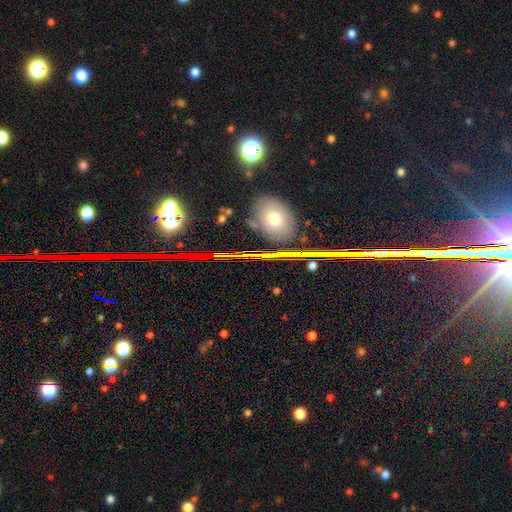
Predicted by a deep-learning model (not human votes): The model was most divided on "smooth or featured": star or artifact: 65%, smooth: 19%, featured or disk: 17%.